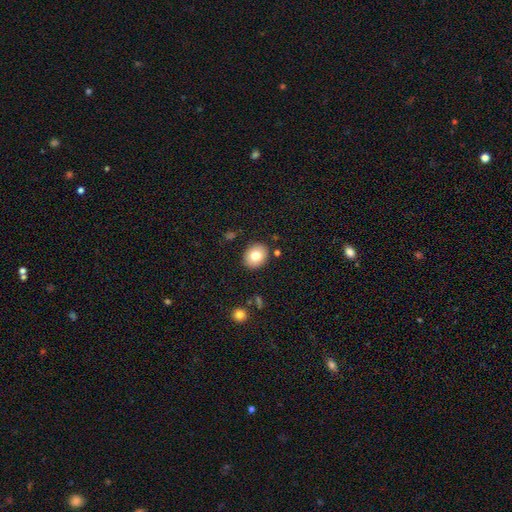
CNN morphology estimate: This is likely a smooth galaxy (78%). How rounded: likely round (65%). Merging: clearly none (88%).